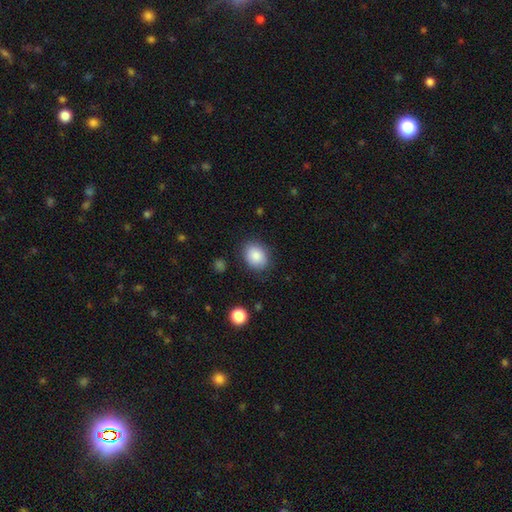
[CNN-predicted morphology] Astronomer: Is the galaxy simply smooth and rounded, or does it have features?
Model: smooth — 86%.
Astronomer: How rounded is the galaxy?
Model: in between — 50% (runner-up: round, 49%).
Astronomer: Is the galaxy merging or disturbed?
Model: none — 83%.